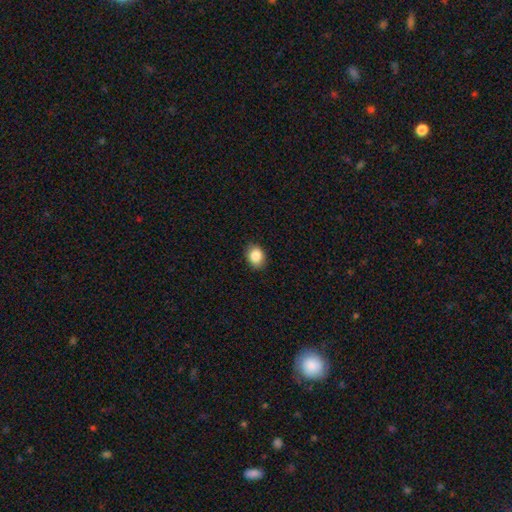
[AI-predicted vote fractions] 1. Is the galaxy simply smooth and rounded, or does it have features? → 87% smooth, 9% star or artifact, 5% featured or disk.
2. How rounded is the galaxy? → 54% in between, 45% round, 1% cigar-shaped.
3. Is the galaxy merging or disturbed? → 86% none, 11% minor disturbance, 2% major disturbance, 1% merger.